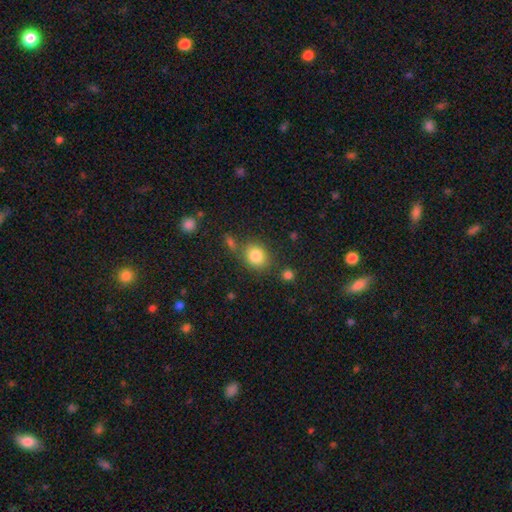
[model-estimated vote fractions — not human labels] This is clearly a smooth galaxy (84%). How rounded: likely round (64%). Merging: likely none (71%).